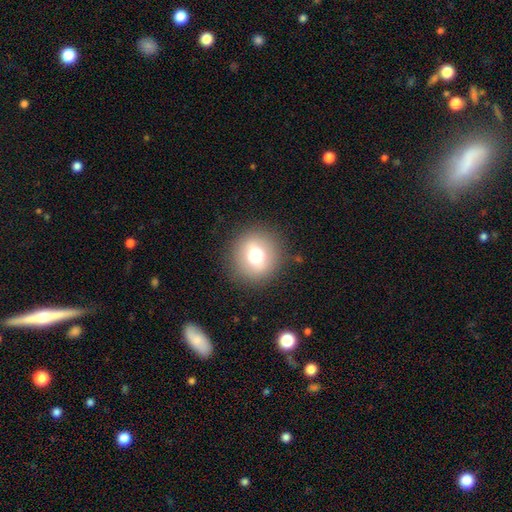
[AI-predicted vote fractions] smooth_or_featured: smooth (p=0.68) [alt: featured or disk p=0.19]
how_rounded: round (p=0.92) [alt: in between p=0.07]
merging: none (p=0.88) [alt: minor disturbance p=0.07]